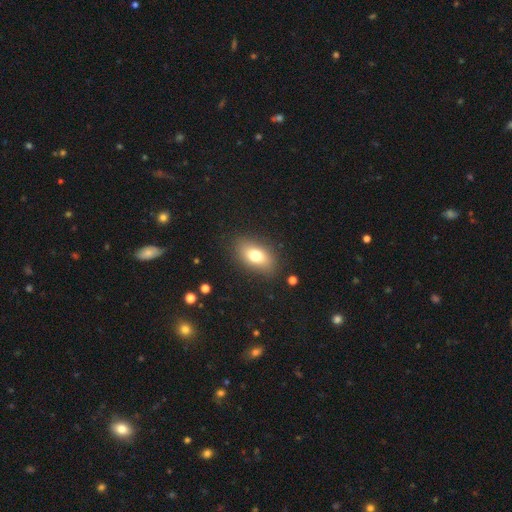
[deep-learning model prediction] Morphology: type=smooth (75%); roundness=in between (86%); merging=none (85%).